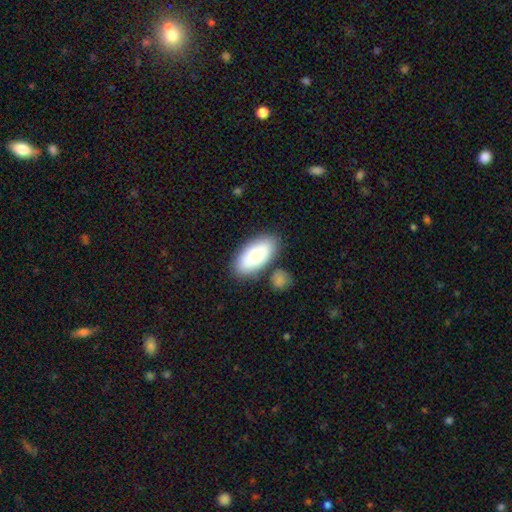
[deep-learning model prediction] A smooth galaxy with no disk features (77%) that is in between round and cigar-shaped (93%). Merging: none (75%).